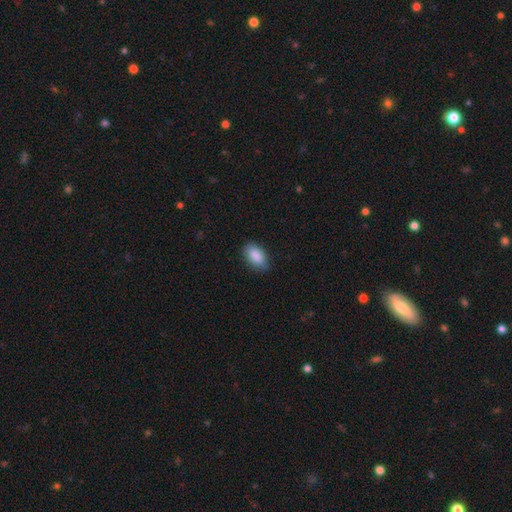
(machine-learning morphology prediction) A smooth galaxy with no disk features (89%) that is in between round and cigar-shaped (93%). Merging: none (81%).